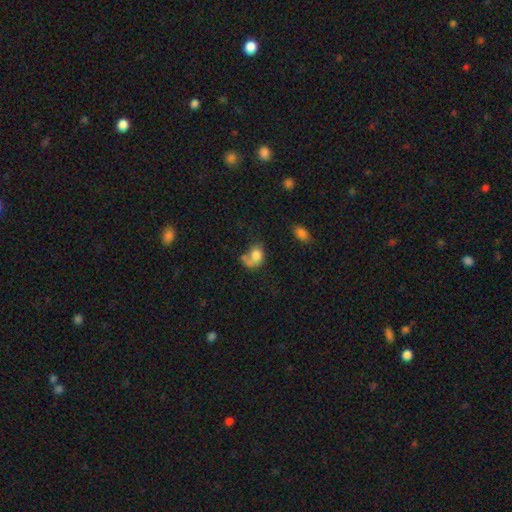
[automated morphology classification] smooth-or-featured: smooth: 69% | featured or disk: 21% | star or artifact: 10%
  how-rounded: in between: 63% | round: 36% | cigar-shaped: 2%
  merging: merger: 32% | major disturbance: 28% | none: 24% | minor disturbance: 16%